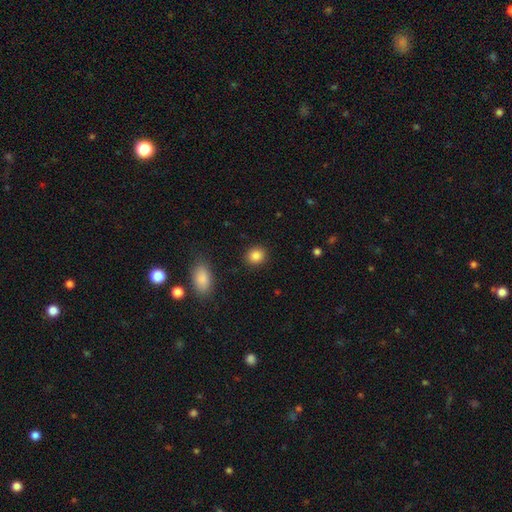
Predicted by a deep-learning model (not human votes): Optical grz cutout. It shows a smooth galaxy with no disk features (86%) that is round (77%). Merging: none (90%).